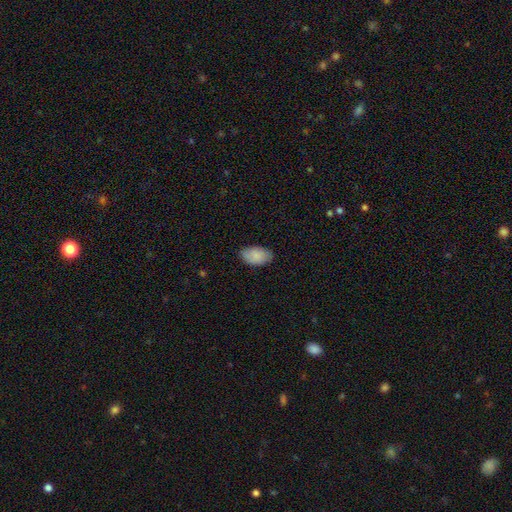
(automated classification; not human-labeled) Morphology: type=smooth (85%); roundness=in between (94%); merging=none (81%).